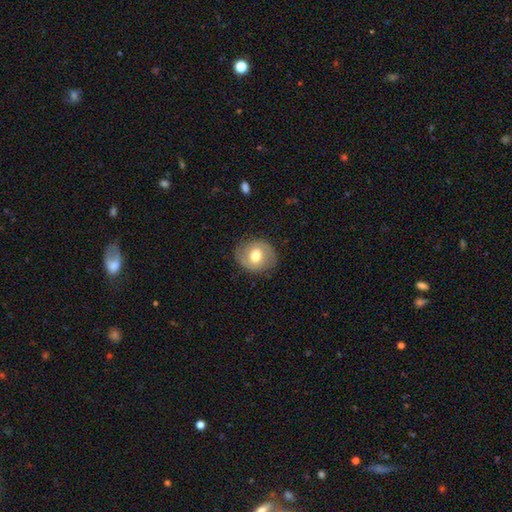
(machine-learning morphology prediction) Smooth or featured? Predicted: smooth (p=0.55). How rounded? Predicted: round (p=0.74). Merging? Predicted: none (p=0.82).